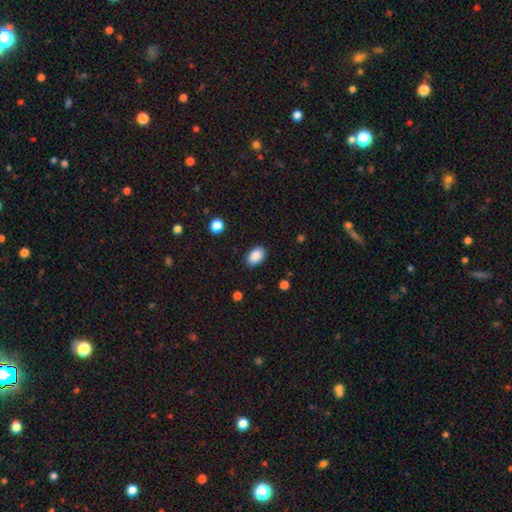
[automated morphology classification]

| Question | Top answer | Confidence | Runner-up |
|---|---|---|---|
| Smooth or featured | smooth | 89% | star or artifact (7%) |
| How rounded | in between | 89% | round (10%) |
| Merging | none | 88% | minor disturbance (9%) |